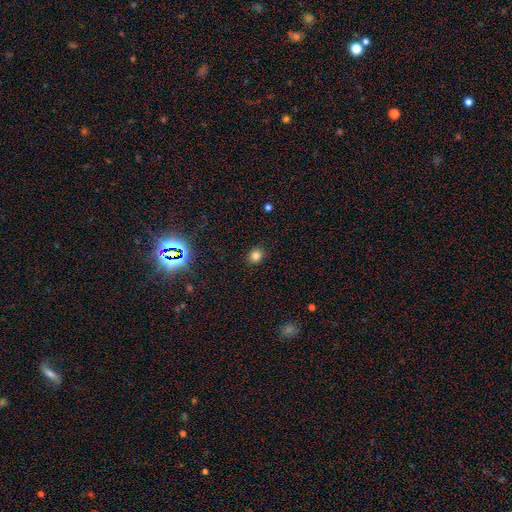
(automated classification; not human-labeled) The model was most divided on "how rounded": round: 77%, in between: 22%, cigar-shaped: 1%. More confident: merging — none (90%); smooth or featured — smooth (81%).